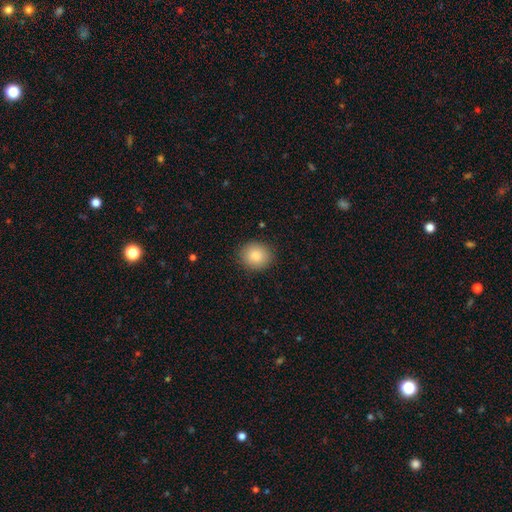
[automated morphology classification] type=smooth (84%); roundness=round (80%); merging=none (89%).